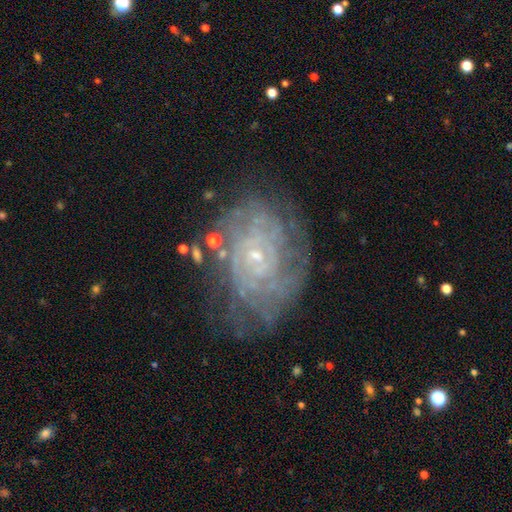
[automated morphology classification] featured or disk 81%, smooth 10%, star or artifact 9%. Down the decision tree: edge-on disk — no (96%); bar — no (76%); spiral arms — yes (89%); spiral arm count — can't tell (49%); spiral winding — tight (75%); bulge size — small (85%); merging — none (69%).